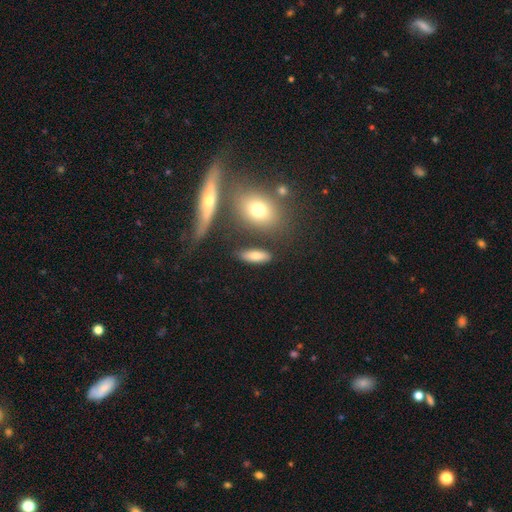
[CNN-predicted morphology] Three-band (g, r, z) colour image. It shows a smooth galaxy with no disk features (75%) that is in between round and cigar-shaped (63%). Merging: none (78%).